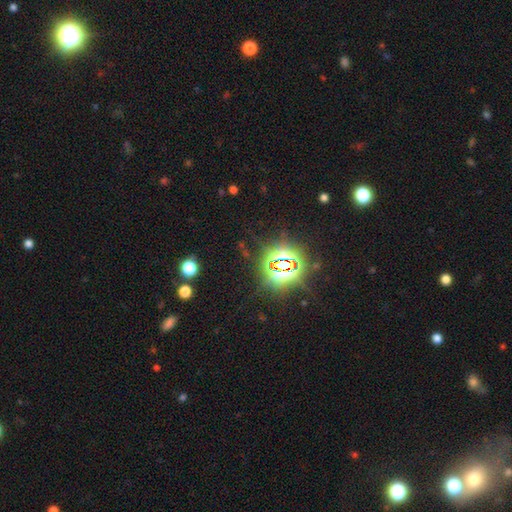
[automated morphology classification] star or artifact 82%, smooth 11%, featured or disk 7%.